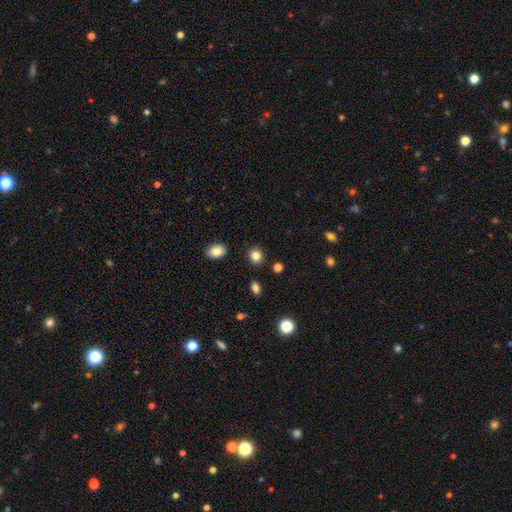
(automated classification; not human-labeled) Q: Smooth or featured?
A: smooth (85%); runner-up: star or artifact (11%)
Q: How rounded?
A: round (77%); runner-up: in between (22%)
Q: Merging?
A: none (88%); runner-up: minor disturbance (7%)